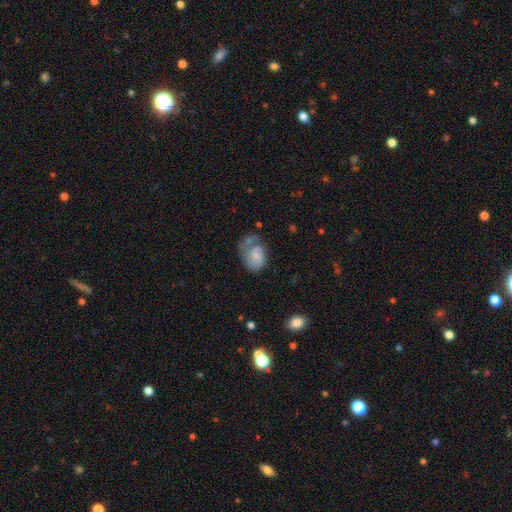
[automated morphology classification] Smooth or featured: smooth — 52% (featured or disk — 39%)
How rounded: in between — 72% (round — 27%)
Merging: major disturbance — 30% (none — 28%)